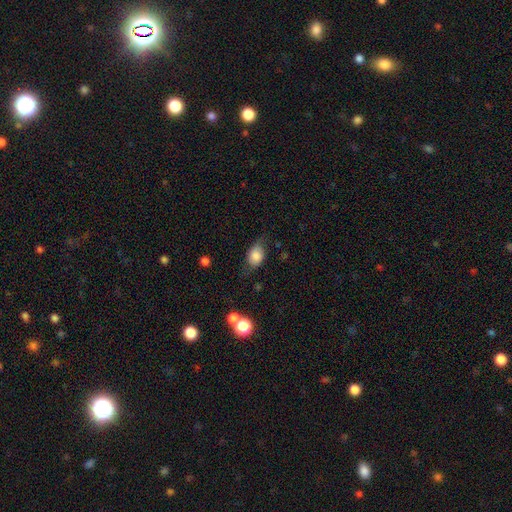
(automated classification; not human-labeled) A smooth galaxy with no disk features (75%) that is in between round and cigar-shaped (77%). Merging: none (59%).